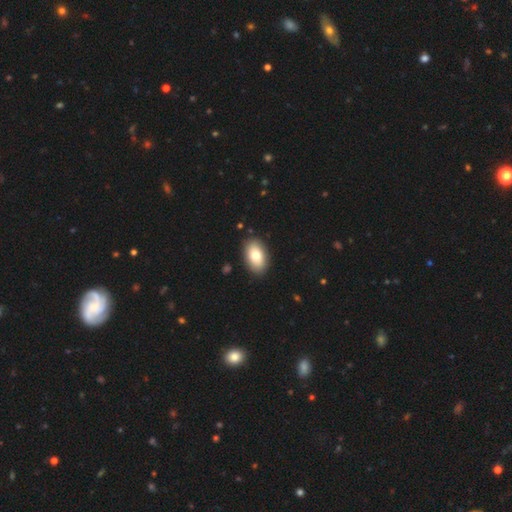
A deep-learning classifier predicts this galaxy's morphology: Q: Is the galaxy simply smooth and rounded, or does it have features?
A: smooth — 78%.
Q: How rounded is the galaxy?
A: in between — 92%.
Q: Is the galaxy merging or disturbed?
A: none — 89%.